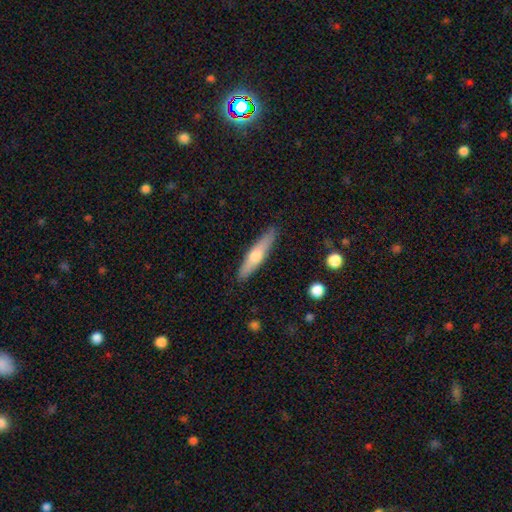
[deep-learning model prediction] This is possibly a smooth galaxy (49%). Merging: clearly none (89%).